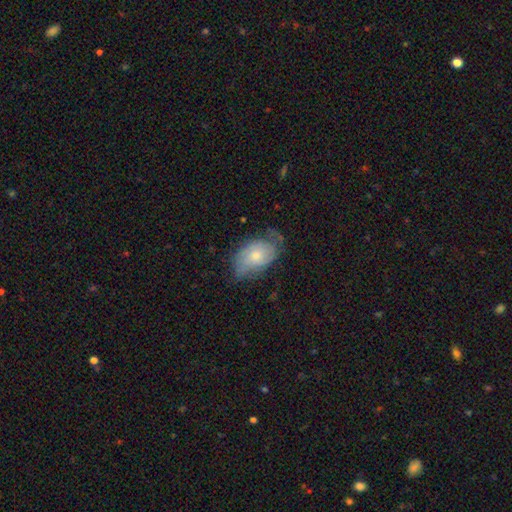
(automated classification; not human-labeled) Overall: smooth (48%; featured or disk 45%). Merging: none (49%; minor disturbance 35%).